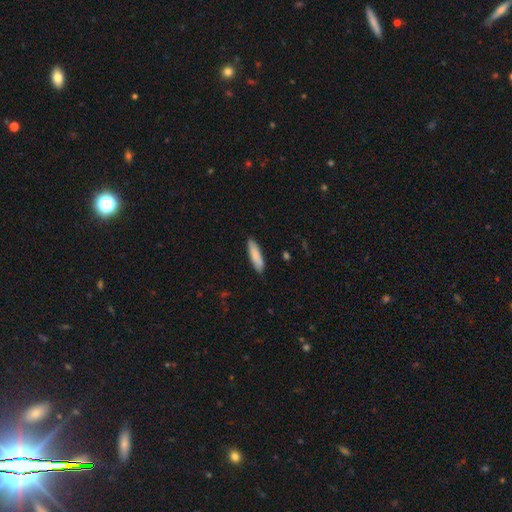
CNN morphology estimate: This is clearly a smooth galaxy (84%). How rounded: likely cigar-shaped (66%). Merging: clearly none (84%).